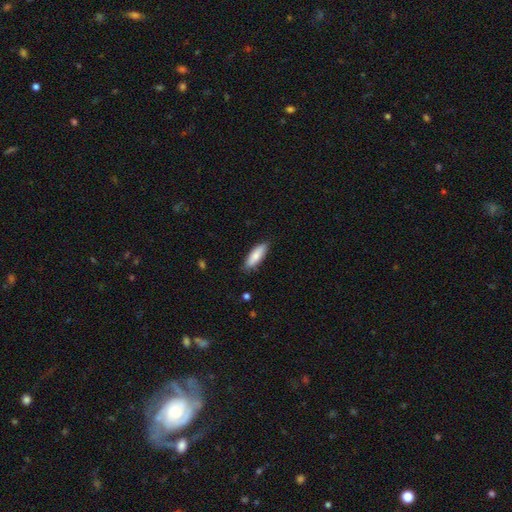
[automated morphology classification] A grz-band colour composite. It shows a smooth galaxy with no disk features (81%) that is in between round and cigar-shaped (54%). Merging: none (86%).